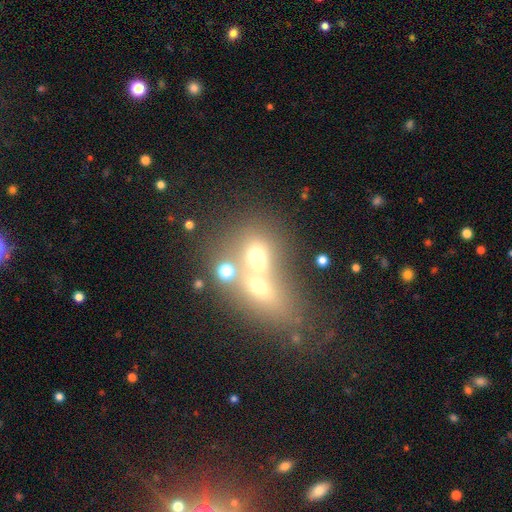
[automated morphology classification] type=smooth (57%); roundness=in between (50%); merging=merger (61%).